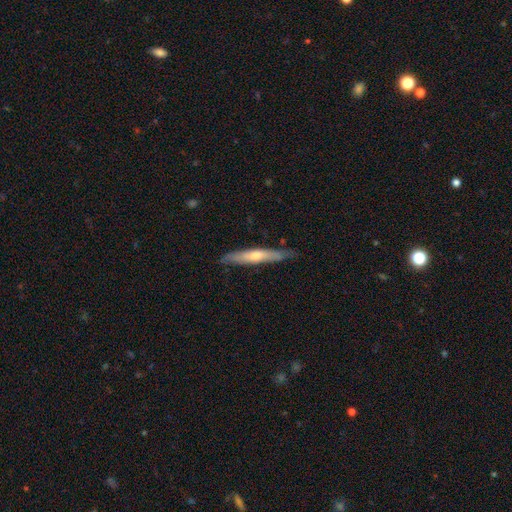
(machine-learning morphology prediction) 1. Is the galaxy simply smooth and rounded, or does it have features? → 50% featured or disk, 45% smooth, 6% star or artifact.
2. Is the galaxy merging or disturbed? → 81% none, 15% minor disturbance, 2% major disturbance, 1% merger.